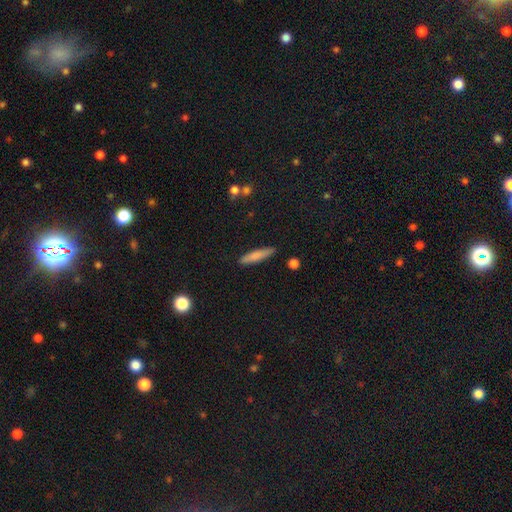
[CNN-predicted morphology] Smooth or featured?
  - smooth: 78% *
  - featured or disk: 16%
  - star or artifact: 6%
How rounded?
  - cigar-shaped: 86% *
  - in between: 12%
  - round: 2%
Merging?
  - none: 88% *
  - minor disturbance: 9%
  - major disturbance: 2%
  - merger: 2%